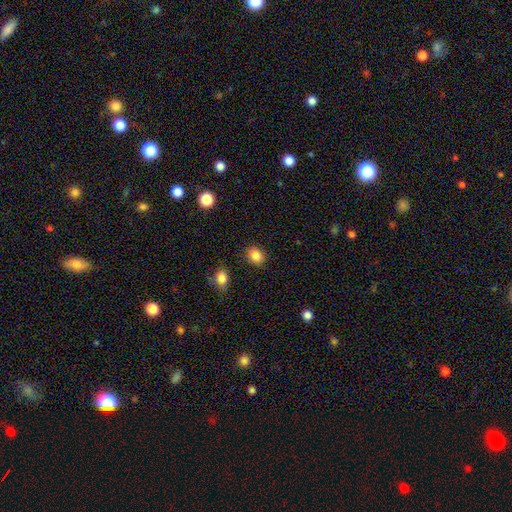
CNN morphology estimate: Smooth or featured? smooth (86%)
How rounded? in between (61%)
Merging? none (85%)